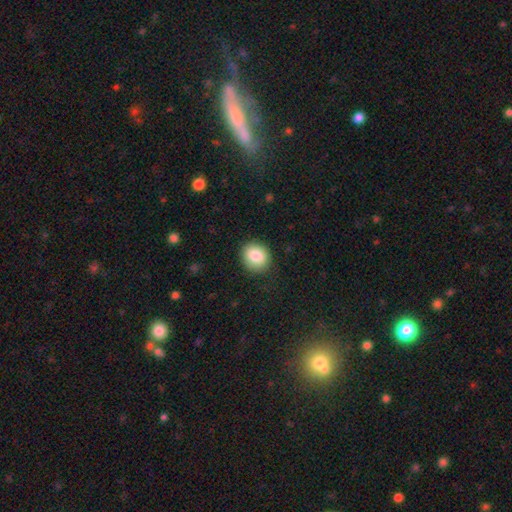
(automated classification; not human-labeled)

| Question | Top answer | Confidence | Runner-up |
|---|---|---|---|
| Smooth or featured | smooth | 85% | star or artifact (8%) |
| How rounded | round | 74% | in between (25%) |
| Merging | none | 88% | minor disturbance (9%) |